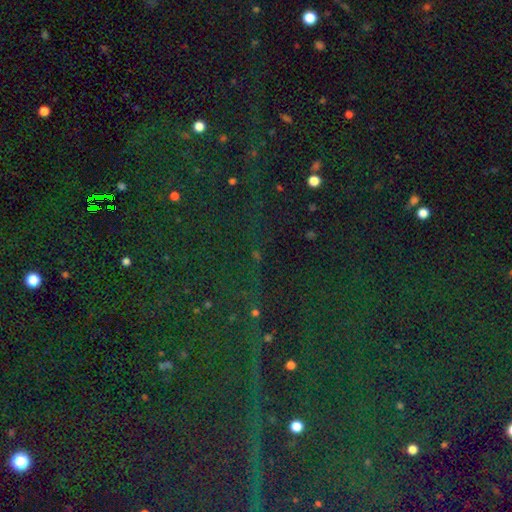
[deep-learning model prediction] The model was most divided on "smooth or featured": star or artifact: 86%, smooth: 7%, featured or disk: 7%.